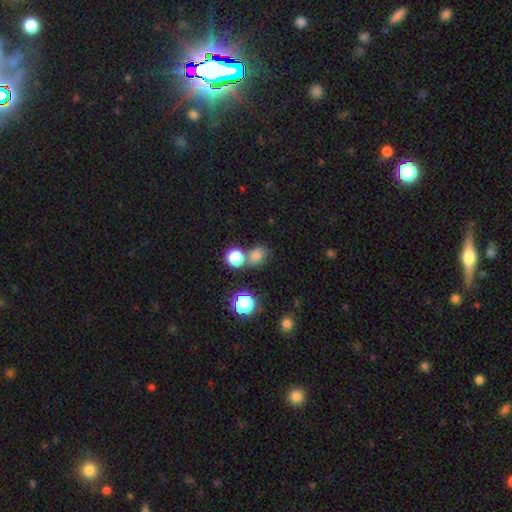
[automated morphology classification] A smooth galaxy with no disk features (73%) that is round (58%).

Vote fractions:
- Smooth or featured? smooth: 73% / star or artifact: 20% / featured or disk: 7%
- How rounded? round: 58% / in between: 41% / cigar-shaped: 1%
- Merging? none: 56% / merger: 27% / minor disturbance: 12% / major disturbance: 5%